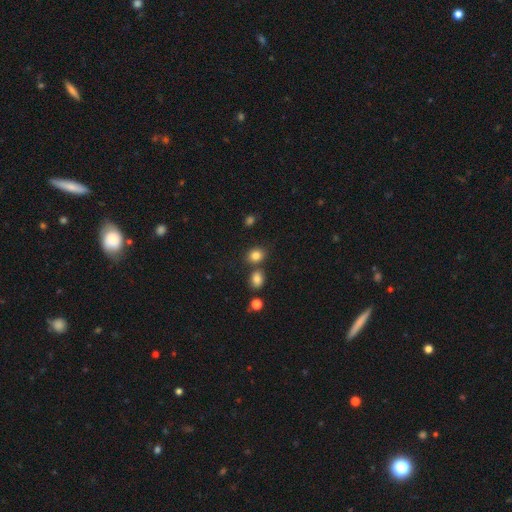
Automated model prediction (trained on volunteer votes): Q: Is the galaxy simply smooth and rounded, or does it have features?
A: smooth — 83%.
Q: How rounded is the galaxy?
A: round — 58%.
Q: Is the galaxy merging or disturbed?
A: none — 69%.